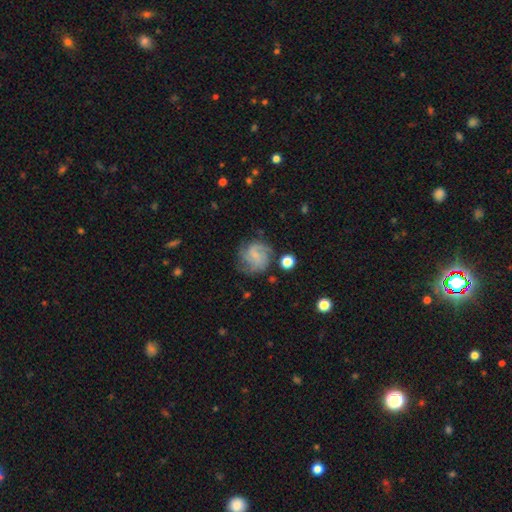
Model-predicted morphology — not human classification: This appears to be a featured or disk galaxy (64%) with no bar (57%), 2 (31%) medium (43%) spiral arms (89%) and a small central bulge (57%). Merging: none (62%).